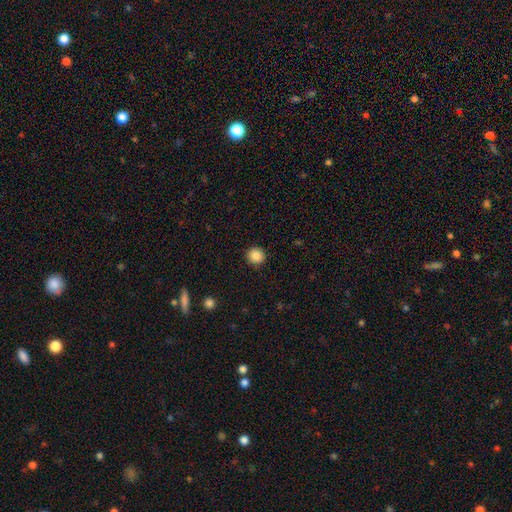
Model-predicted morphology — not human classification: Q: Smooth or featured?
A: smooth (87%); runner-up: star or artifact (10%)
Q: How rounded?
A: round (91%); runner-up: in between (8%)
Q: Merging?
A: none (91%); runner-up: minor disturbance (6%)